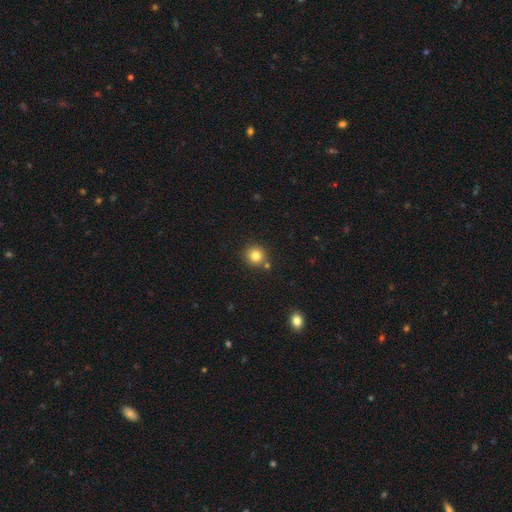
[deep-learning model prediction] Smooth or featured?
  - smooth: 81% *
  - star or artifact: 12%
  - featured or disk: 7%
How rounded?
  - round: 93% *
  - in between: 7%
  - cigar-shaped: 1%
Merging?
  - none: 82% *
  - merger: 9%
  - minor disturbance: 8%
  - major disturbance: 2%